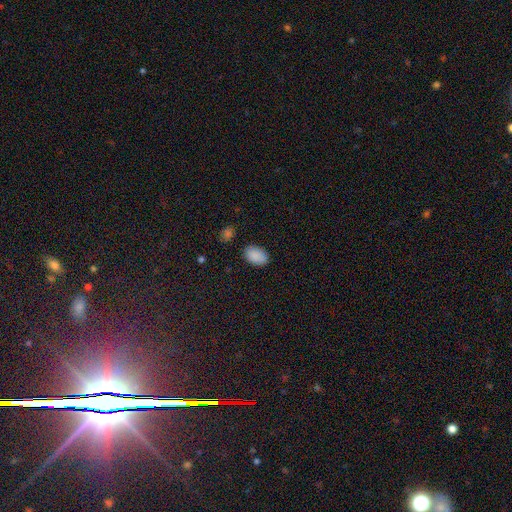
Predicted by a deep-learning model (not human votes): smooth-or-featured: smooth: 89% | star or artifact: 8% | featured or disk: 3%
  how-rounded: in between: 90% | round: 9% | cigar-shaped: 1%
  merging: none: 85% | minor disturbance: 11% | major disturbance: 3% | merger: 2%